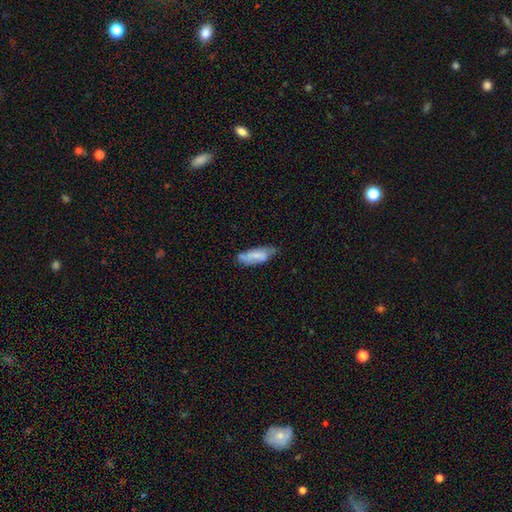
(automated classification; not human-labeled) This is likely a smooth galaxy (64%). How rounded: likely in between (65%). Merging: possibly none (54%).